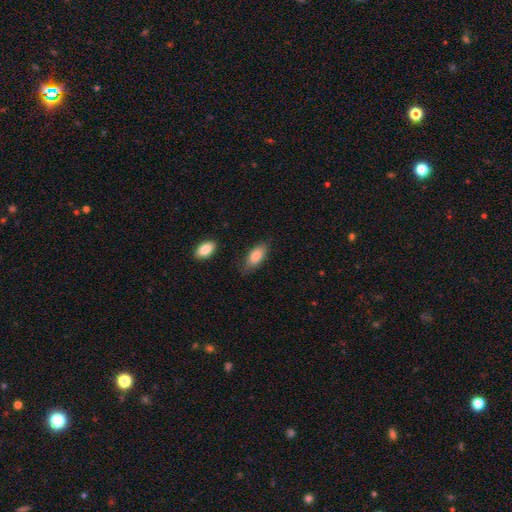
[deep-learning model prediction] This is clearly a smooth galaxy (85%). How rounded: clearly in between (87%). Merging: likely none (76%).